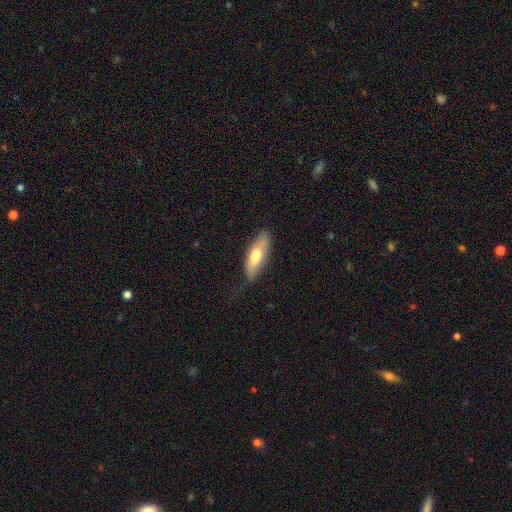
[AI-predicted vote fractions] This appears to be a smooth galaxy with no disk features (68%) that is in between round and cigar-shaped (61%). Merging: none (70%).